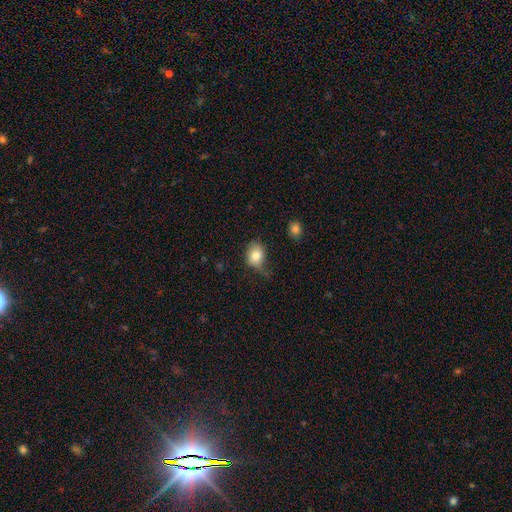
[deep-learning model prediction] This is clearly a smooth galaxy (80%). How rounded: possibly in between (53%). Merging: possibly none (48%).